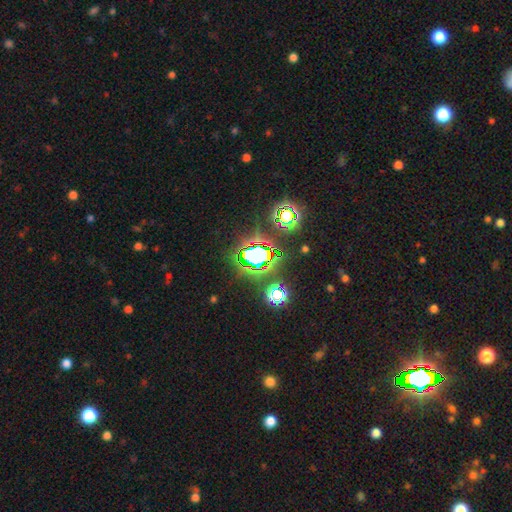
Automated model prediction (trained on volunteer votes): Smooth or featured? star or artifact (71%)